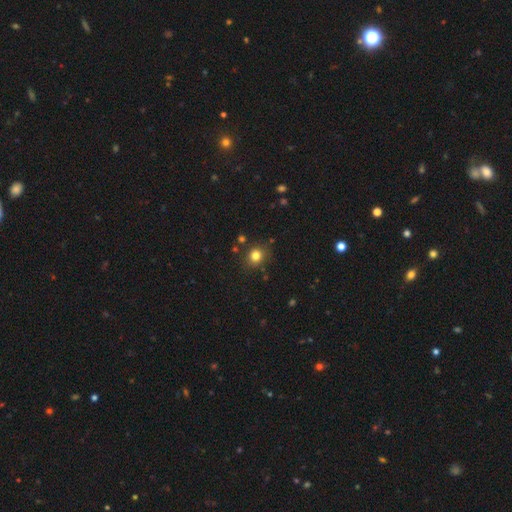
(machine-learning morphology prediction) The model was most divided on "how rounded": round: 80%, in between: 19%, cigar-shaped: 1%. More confident: merging — none (84%); smooth or featured — smooth (80%).